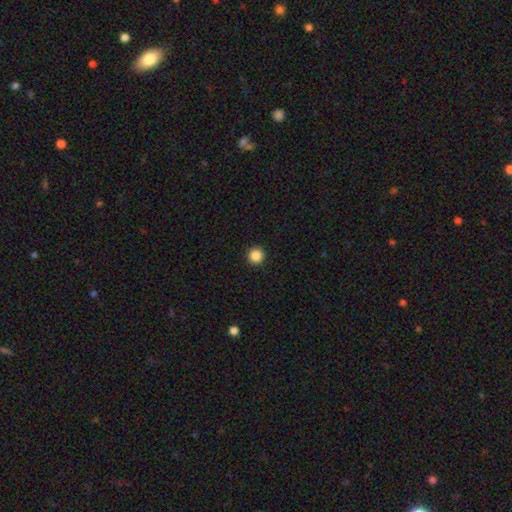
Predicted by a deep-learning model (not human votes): A smooth galaxy with no disk features (86%) that is round (96%).

Vote fractions:
- Smooth or featured? smooth: 86% / star or artifact: 11% / featured or disk: 3%
- How rounded? round: 96% / in between: 3% / cigar-shaped: 1%
- Merging? none: 94% / minor disturbance: 4% / major disturbance: 1% / merger: 1%